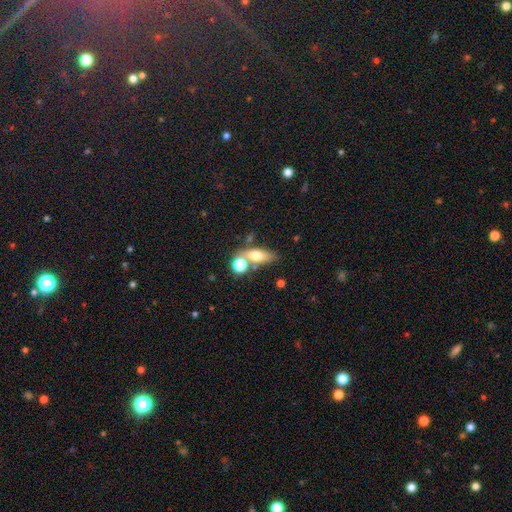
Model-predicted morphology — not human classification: This appears to be a smooth galaxy with no disk features (67%) that is in between round and cigar-shaped (65%). Merging: none (54%).